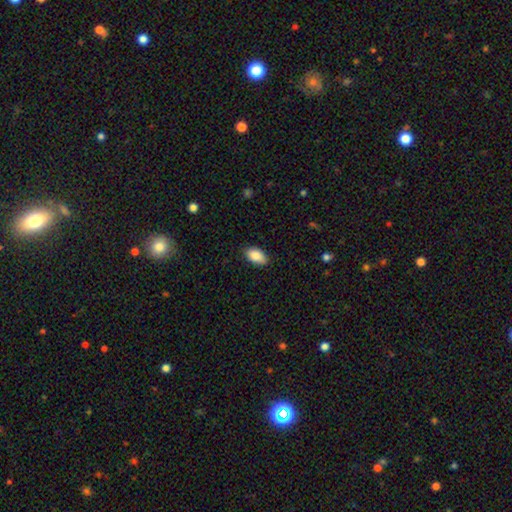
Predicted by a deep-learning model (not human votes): A smooth galaxy with no disk features (88%) that is in between round and cigar-shaped (93%). Merging: none (85%).